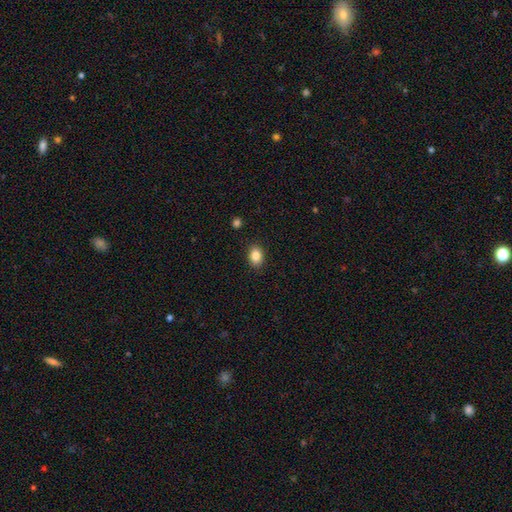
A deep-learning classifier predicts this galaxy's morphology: A smooth galaxy with no disk features (86%) that is in between round and cigar-shaped (70%).

Vote fractions:
- Smooth or featured? smooth: 86% / star or artifact: 9% / featured or disk: 5%
- How rounded? in between: 70% / round: 29% / cigar-shaped: 1%
- Merging? none: 89% / minor disturbance: 8% / major disturbance: 2% / merger: 1%